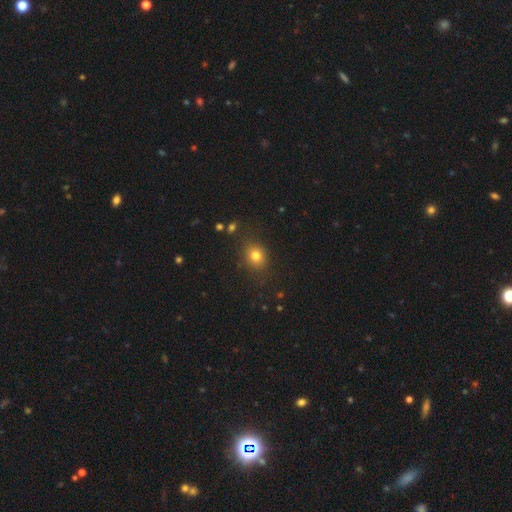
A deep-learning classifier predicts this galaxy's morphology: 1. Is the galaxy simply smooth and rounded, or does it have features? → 79% smooth, 14% star or artifact, 8% featured or disk.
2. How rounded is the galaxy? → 63% round, 36% in between, 1% cigar-shaped.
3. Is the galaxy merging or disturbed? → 83% none, 11% minor disturbance, 4% major disturbance, 2% merger.